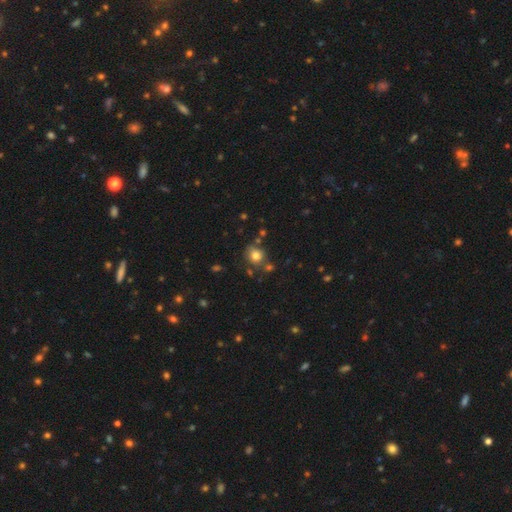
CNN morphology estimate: type=smooth (78%); roundness=round (76%); merging=none (69%).